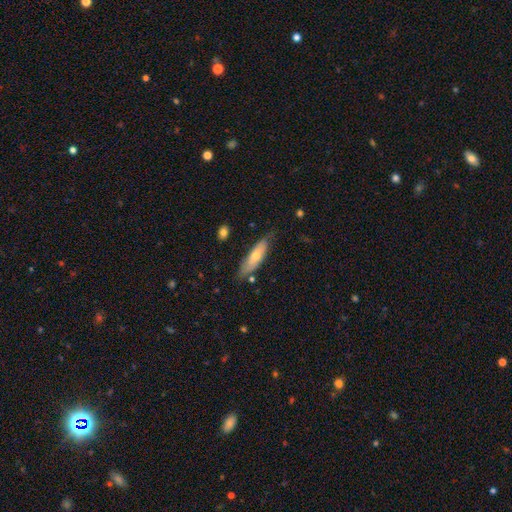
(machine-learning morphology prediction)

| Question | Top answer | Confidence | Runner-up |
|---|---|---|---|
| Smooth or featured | smooth | 60% | featured or disk (34%) |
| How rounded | cigar-shaped | 53% | in between (45%) |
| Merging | none | 71% | minor disturbance (22%) |